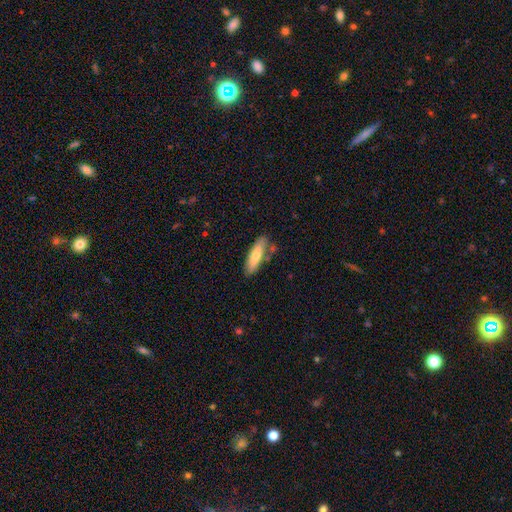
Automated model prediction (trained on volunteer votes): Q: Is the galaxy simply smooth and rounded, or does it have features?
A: smooth — 70%.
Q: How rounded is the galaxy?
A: cigar-shaped — 58%.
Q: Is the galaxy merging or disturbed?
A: none — 75%.